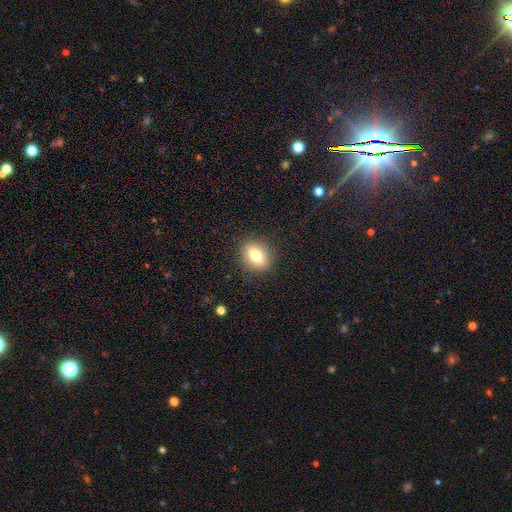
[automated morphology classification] Overall: smooth (77%). How rounded: in between (51%; round 47%). Merging: none (88%).